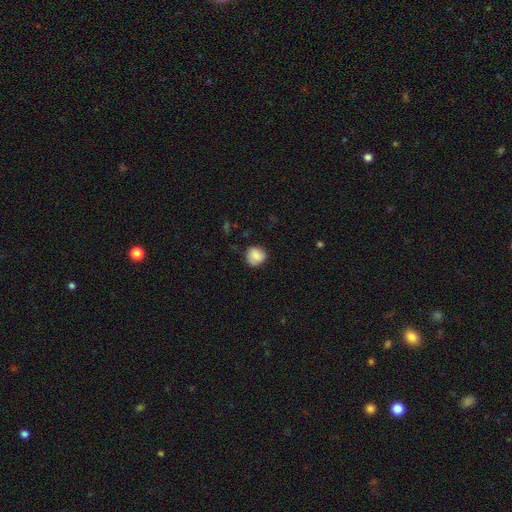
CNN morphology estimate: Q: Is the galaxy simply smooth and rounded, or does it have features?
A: smooth — 85%.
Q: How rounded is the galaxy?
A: round — 84%.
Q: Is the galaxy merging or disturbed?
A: none — 76%.